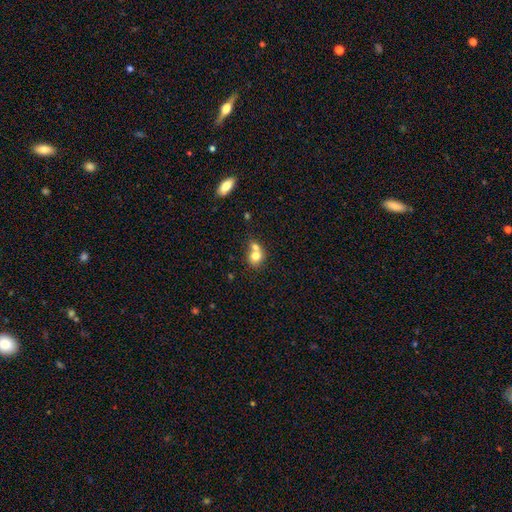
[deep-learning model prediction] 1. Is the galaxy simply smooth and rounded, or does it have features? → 74% smooth, 16% featured or disk, 10% star or artifact.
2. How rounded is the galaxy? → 70% round, 29% in between, 1% cigar-shaped.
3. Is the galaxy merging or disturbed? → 59% merger, 30% none, 8% minor disturbance, 4% major disturbance.